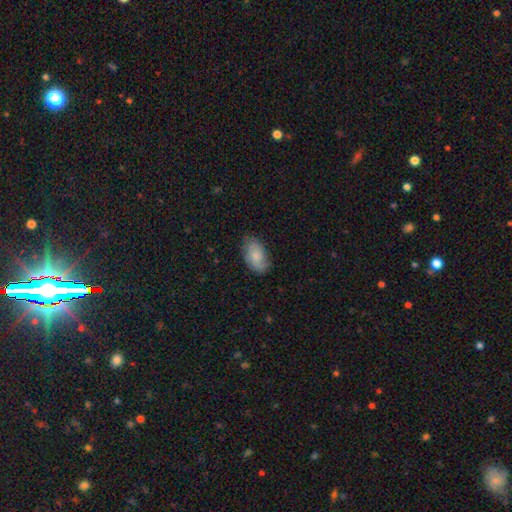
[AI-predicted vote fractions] This appears to be a smooth galaxy with no disk features (71%) that is in between round and cigar-shaped (93%). Merging: none (70%).